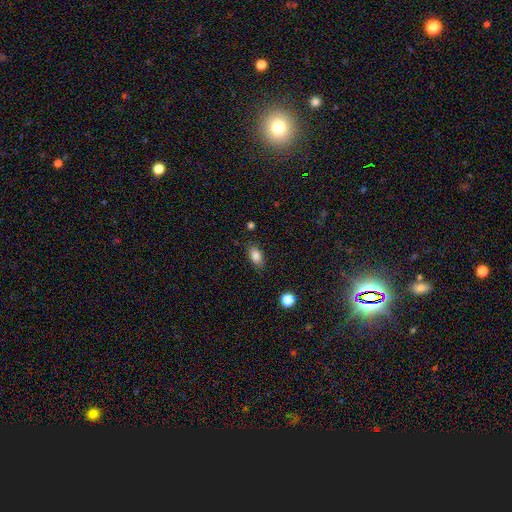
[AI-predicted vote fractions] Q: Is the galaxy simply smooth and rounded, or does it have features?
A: smooth — 85%.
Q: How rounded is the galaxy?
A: in between — 87%.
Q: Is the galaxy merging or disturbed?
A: none — 82%.